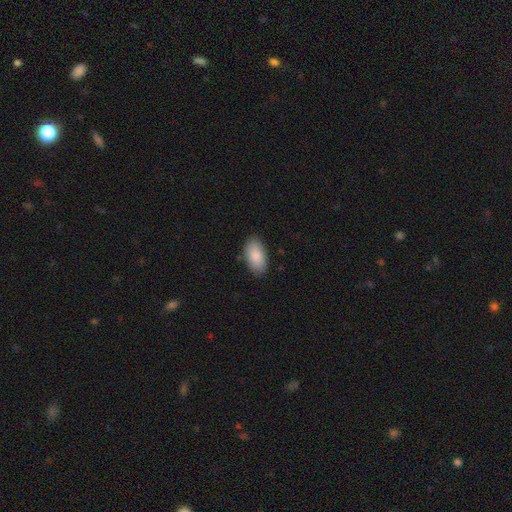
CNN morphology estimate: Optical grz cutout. It shows a smooth galaxy with no disk features (87%) that is in between round and cigar-shaped (95%). Merging: none (84%).